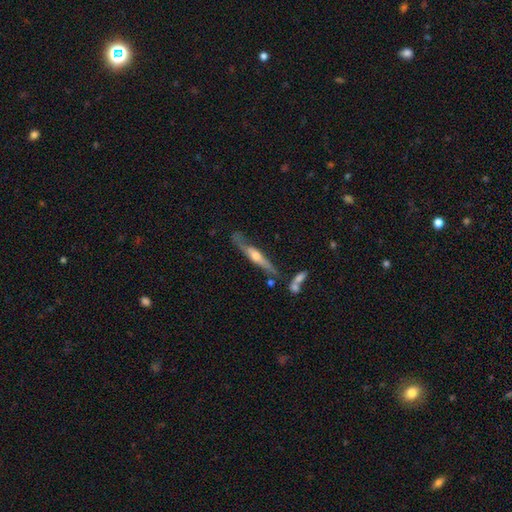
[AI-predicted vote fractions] smooth-or-featured: featured or disk: 70% | smooth: 24% | star or artifact: 5%
  disk-edge-on: yes: 89% | no: 11%
    edge-on-bulge: rounded: 88% | none: 7% | boxy: 5%
  merging: none: 66% | minor disturbance: 20% | merger: 7% | major disturbance: 6%